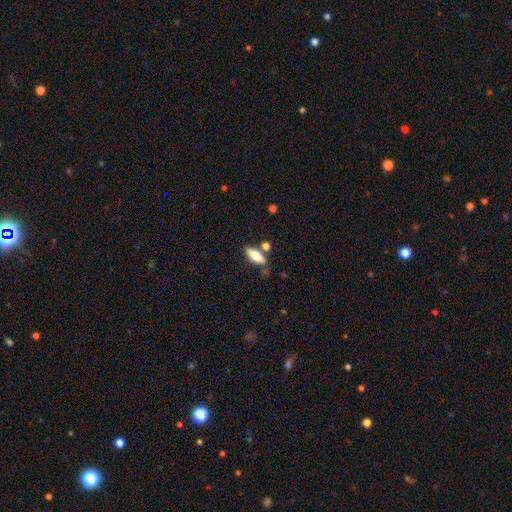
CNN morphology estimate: smooth 69%, featured or disk 24%, star or artifact 7%. Down the decision tree: how rounded — in between (62%); merging — none (73%).